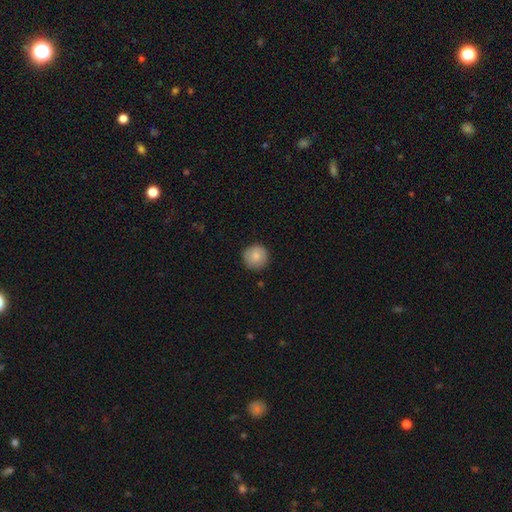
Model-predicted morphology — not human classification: smooth 82%, featured or disk 11%, star or artifact 7%. Down the decision tree: how rounded — round (94%); merging — none (87%).